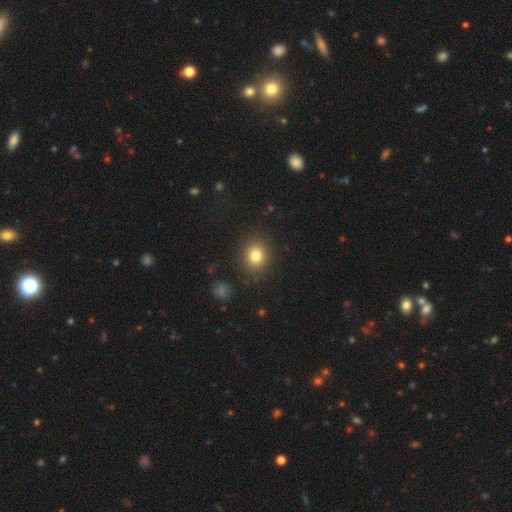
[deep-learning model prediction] Morphology: type=smooth (80%); roundness=round (70%); merging=none (85%).